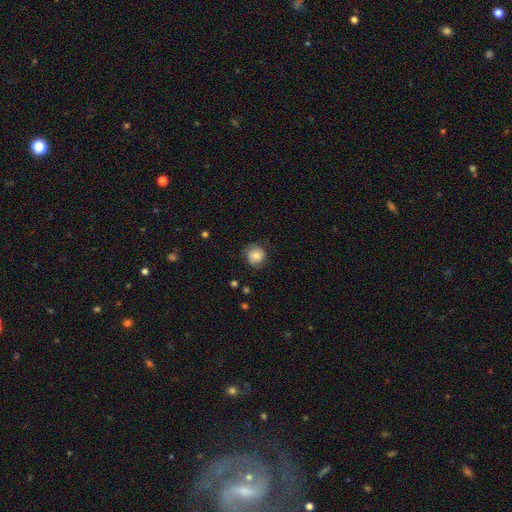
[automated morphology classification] This is likely a smooth galaxy (79%). How rounded: clearly round (89%). Merging: likely none (75%).